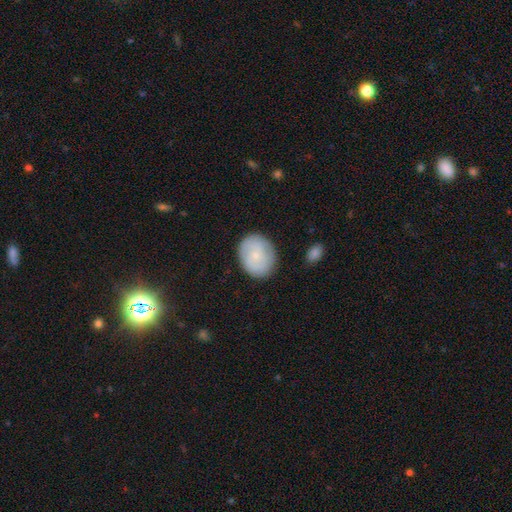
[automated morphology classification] The model was most divided on "how rounded": round: 60%, in between: 39%, cigar-shaped: 1%. More confident: merging — none (84%); smooth or featured — smooth (69%).